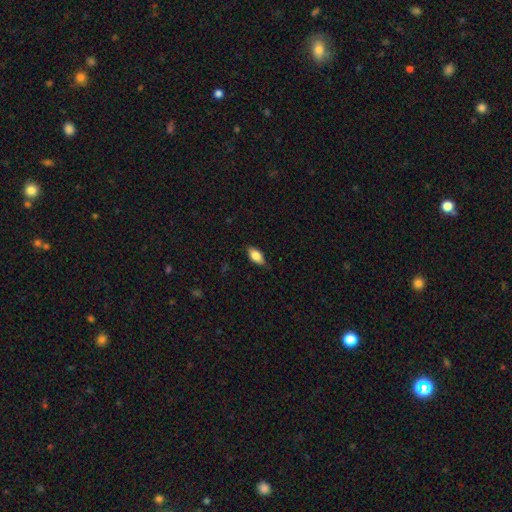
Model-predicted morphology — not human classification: The model was most divided on "smooth or featured": smooth: 79%, featured or disk: 14%, star or artifact: 7%. More confident: how rounded — in between (89%); merging — none (83%).